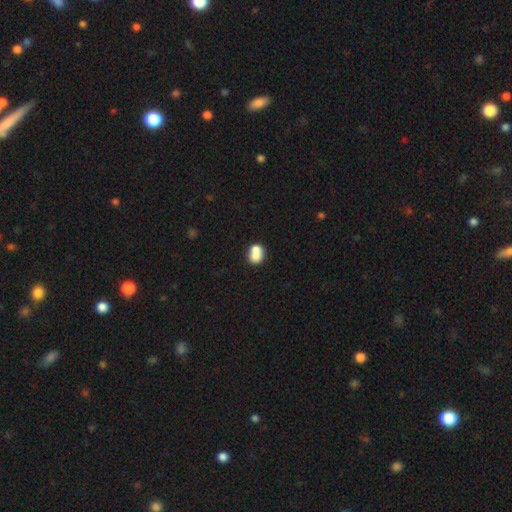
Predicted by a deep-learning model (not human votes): Q: Smooth or featured?
A: smooth (73%); runner-up: featured or disk (18%)
Q: How rounded?
A: round (59%); runner-up: in between (40%)
Q: Merging?
A: merger (55%); runner-up: none (32%)